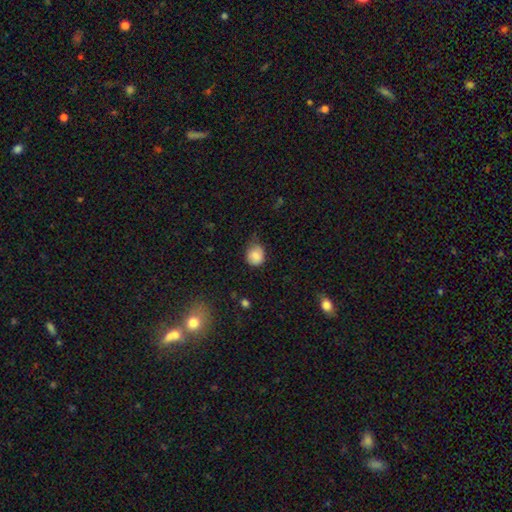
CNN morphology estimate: type=smooth (84%); roundness=round (76%); merging=none (51%).